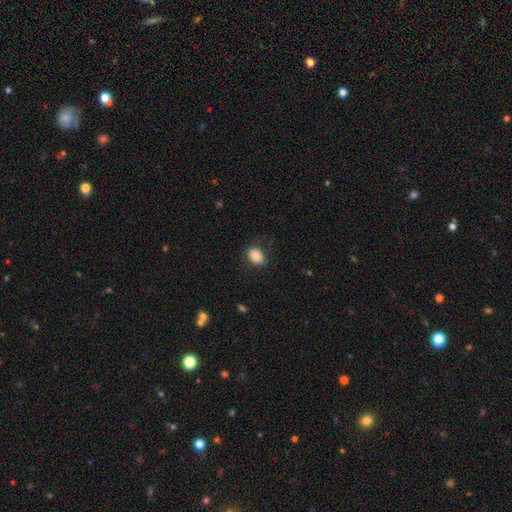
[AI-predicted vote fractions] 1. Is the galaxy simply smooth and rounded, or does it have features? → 81% smooth, 11% featured or disk, 8% star or artifact.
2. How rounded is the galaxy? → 64% in between, 35% round, 1% cigar-shaped.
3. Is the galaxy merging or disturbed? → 79% none, 15% minor disturbance, 6% major disturbance, 1% merger.